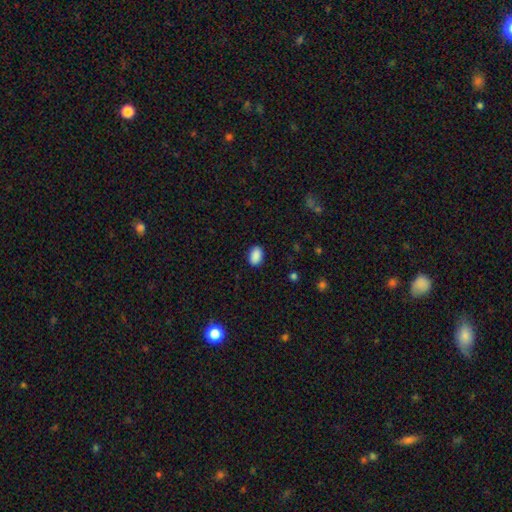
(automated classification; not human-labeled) Smooth or featured?
  - smooth: 90% *
  - star or artifact: 8%
  - featured or disk: 3%
How rounded?
  - in between: 89% *
  - round: 10%
  - cigar-shaped: 1%
Merging?
  - none: 88% *
  - minor disturbance: 8%
  - major disturbance: 2%
  - merger: 1%